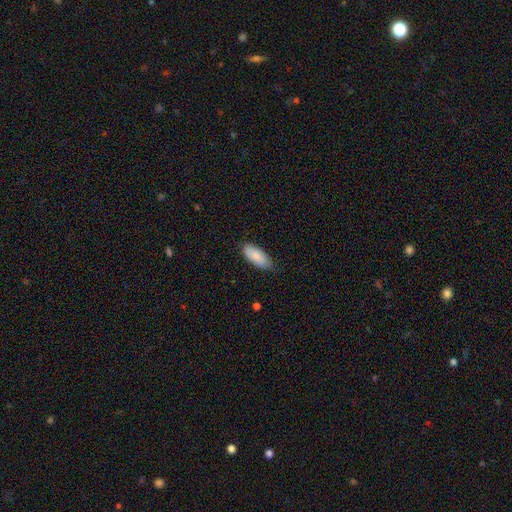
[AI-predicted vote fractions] Overall: smooth (84%). How rounded: in between (88%). Merging: none (75%).